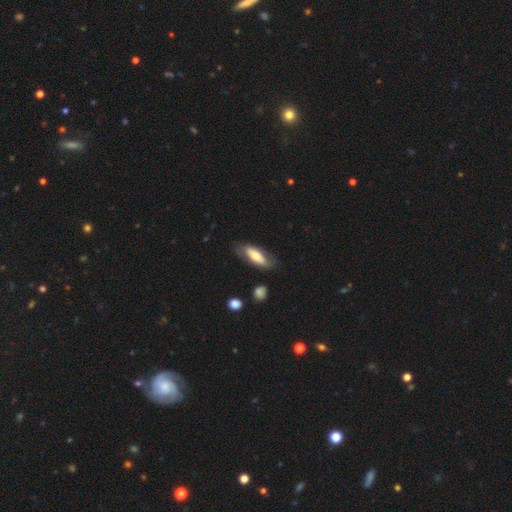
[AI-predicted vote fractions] This is possibly a smooth galaxy (57%). How rounded: likely in between (69%). Merging: likely none (71%).